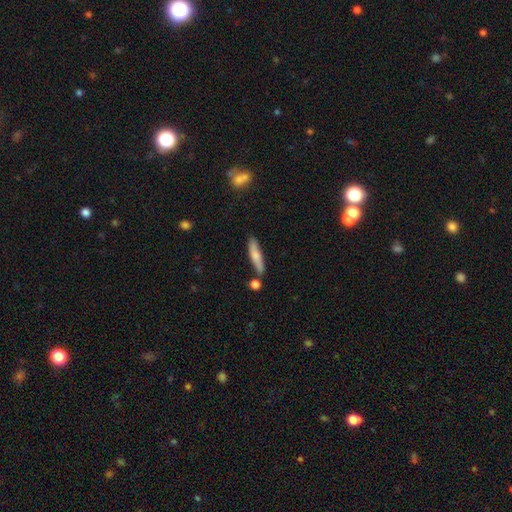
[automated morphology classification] Smooth or featured?
  - smooth: 66% *
  - featured or disk: 28%
  - star or artifact: 6%
How rounded?
  - cigar-shaped: 82% *
  - in between: 16%
  - round: 2%
Merging?
  - none: 75% *
  - minor disturbance: 13%
  - merger: 9%
  - major disturbance: 3%